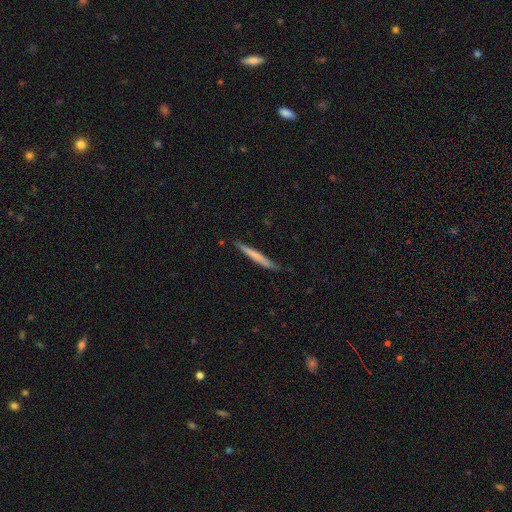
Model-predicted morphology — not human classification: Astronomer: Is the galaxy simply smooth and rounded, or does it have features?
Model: smooth — 63%.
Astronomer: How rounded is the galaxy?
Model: cigar-shaped — 97%.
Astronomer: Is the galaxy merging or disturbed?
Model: none — 85%.